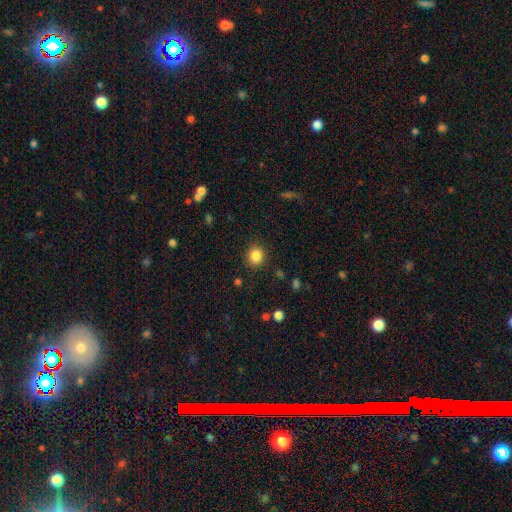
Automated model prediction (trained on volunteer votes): Q: Smooth or featured?
A: smooth (86%); runner-up: star or artifact (10%)
Q: How rounded?
A: round (80%); runner-up: in between (19%)
Q: Merging?
A: none (89%); runner-up: minor disturbance (7%)